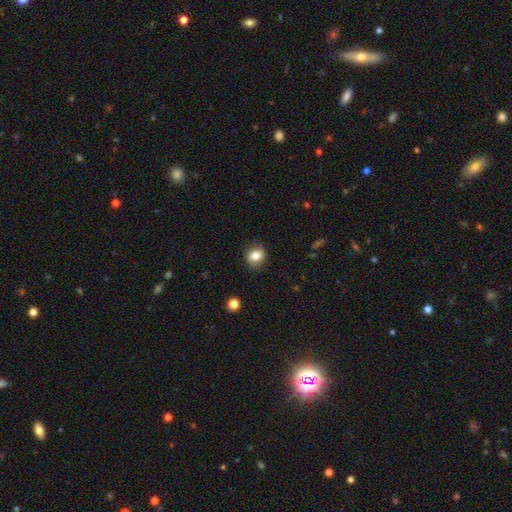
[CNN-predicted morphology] A smooth galaxy with no disk features (79%) that is round (67%).

Vote fractions:
- Smooth or featured? smooth: 79% / featured or disk: 11% / star or artifact: 10%
- How rounded? round: 67% / in between: 32% / cigar-shaped: 1%
- Merging? none: 83% / minor disturbance: 12% / major disturbance: 3% / merger: 1%